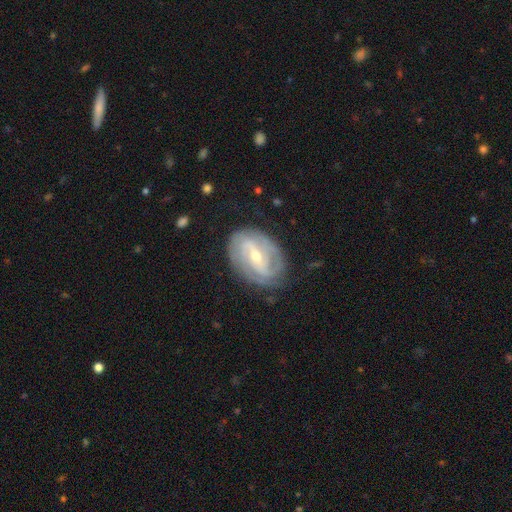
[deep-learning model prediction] This is clearly a featured or disk galaxy (86%). It is clearly not viewed edge-on (96%). Bar: marginally weak (42%). Spiral arm pattern: clearly yes (94%). Spiral arm count: possibly 2 (54%). Spiral winding: possibly tight (56%). Central bulge: possibly moderate (49%). Merging: likely none (78%).